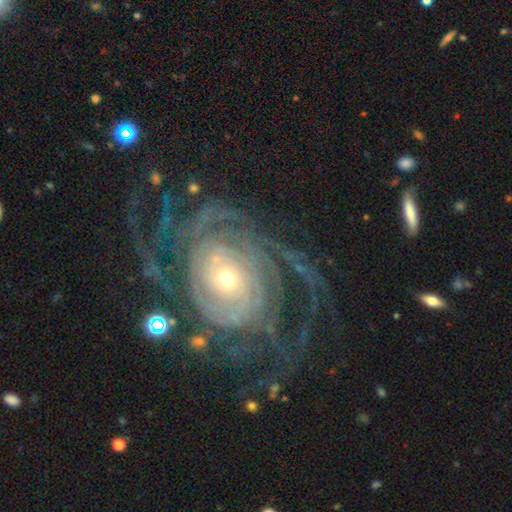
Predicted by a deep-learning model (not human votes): Smooth or featured: featured or disk — 90% (star or artifact — 6%)
Edge-on disk: no — 97% (yes — 3%)
Bar: no — 70% (weak — 21%)
Spiral arms: yes — 96% (no — 4%)
Spiral winding: tight — 68% (medium — 25%)
Spiral arm count: can't tell — 27% (4 — 19%)
Bulge size: small — 56% (moderate — 38%)
Merging: none — 64% (major disturbance — 17%)